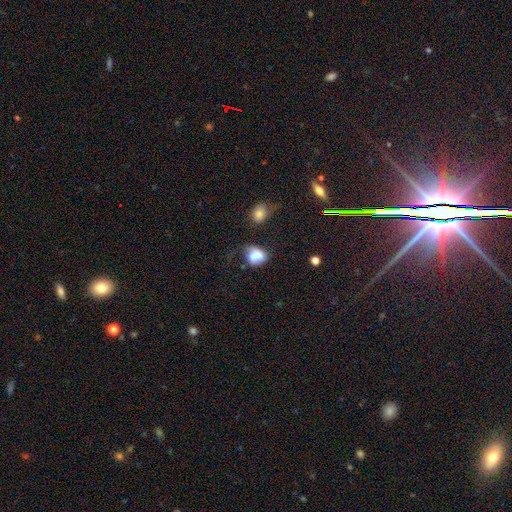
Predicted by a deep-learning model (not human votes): smooth 63%, featured or disk 25%, star or artifact 11%. Down the decision tree: how rounded — in between (55%); merging — none (28%).